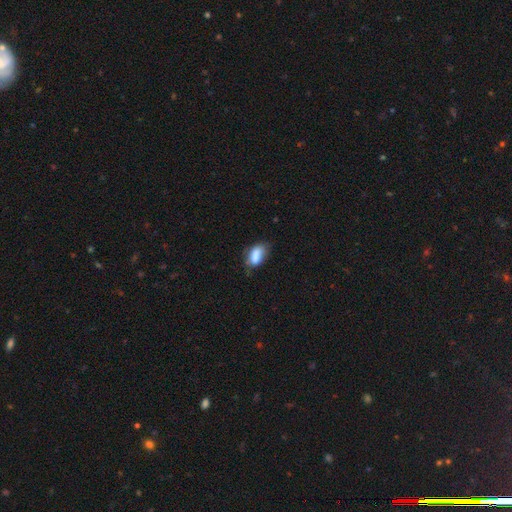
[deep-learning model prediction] Smooth or featured? smooth (81%)
How rounded? in between (90%)
Merging? none (46%)